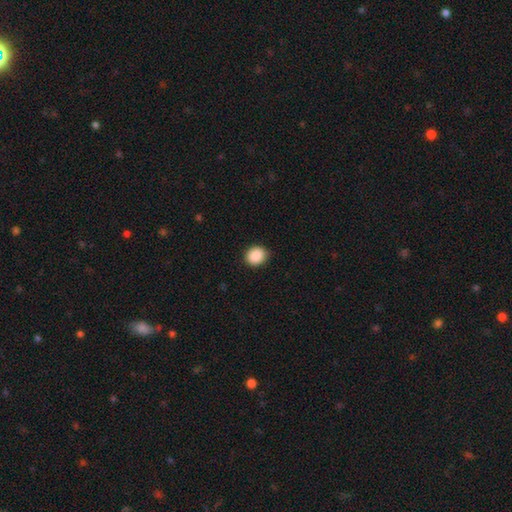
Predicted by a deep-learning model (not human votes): Smooth or featured? smooth (90%)
How rounded? round (74%)
Merging? none (88%)